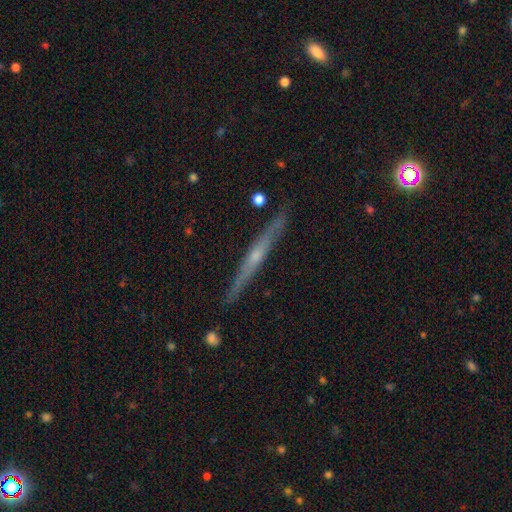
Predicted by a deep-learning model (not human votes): Morphology: type=featured or disk (76%); edge-on=yes (97%); edge-on bulge=rounded (62%); merging=none (90%).